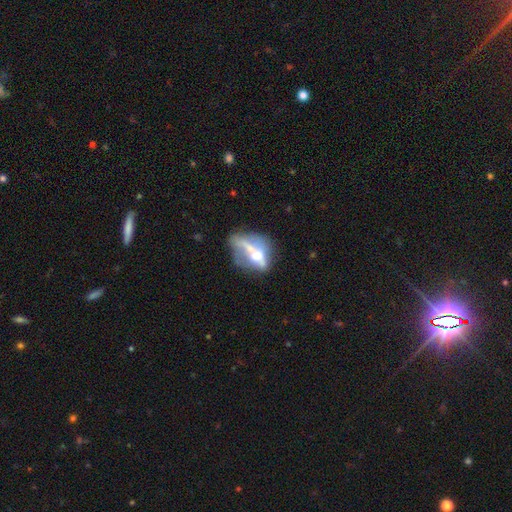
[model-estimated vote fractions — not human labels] Overall: featured or disk (58%; smooth 32%). Edge-on disk: no (69%; yes 31%). Merging: none (31%; merger 27%).